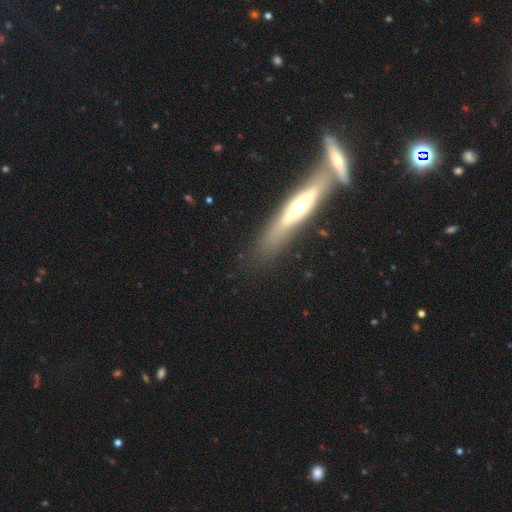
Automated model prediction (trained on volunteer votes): This appears to be a featured or disk galaxy (63%) viewed edge-on (78%). Merging: none (54%).